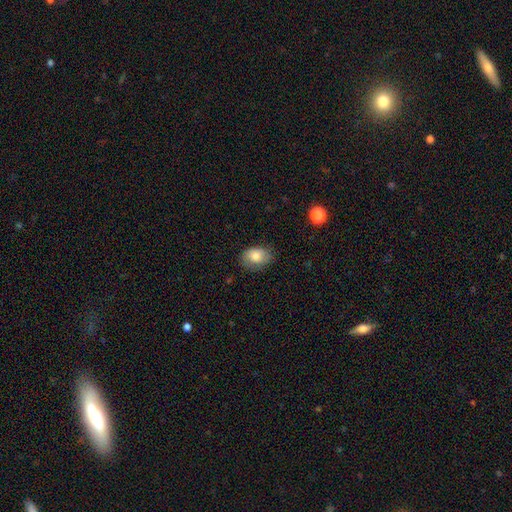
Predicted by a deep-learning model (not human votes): Smooth or featured?
  - smooth: 81% *
  - featured or disk: 11%
  - star or artifact: 8%
How rounded?
  - in between: 74% *
  - round: 25%
  - cigar-shaped: 1%
Merging?
  - none: 73% *
  - minor disturbance: 21%
  - major disturbance: 5%
  - merger: 1%